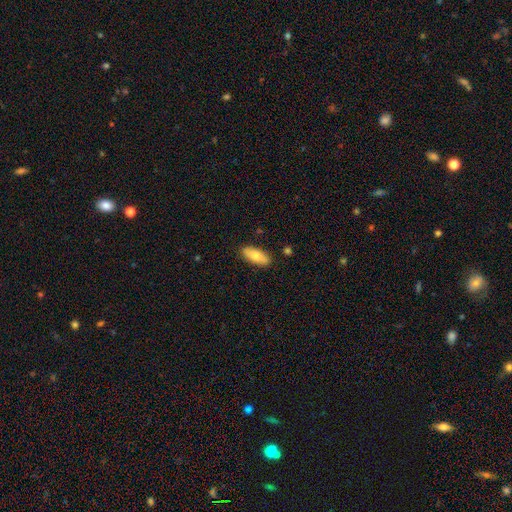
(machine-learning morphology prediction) type=smooth (78%); roundness=in between (79%); merging=none (87%).